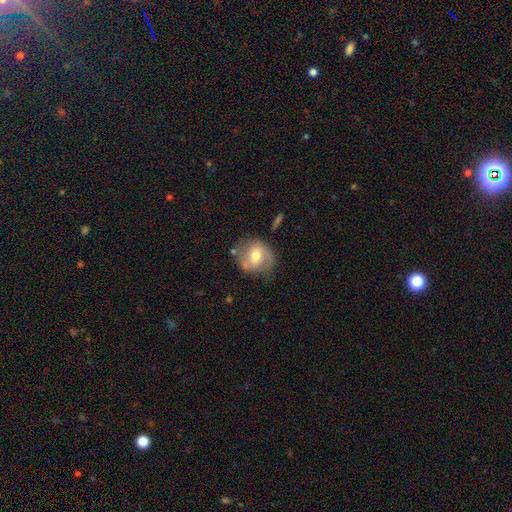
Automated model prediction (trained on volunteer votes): This appears to be a smooth galaxy with no disk features (49%). Merging: none (67%).